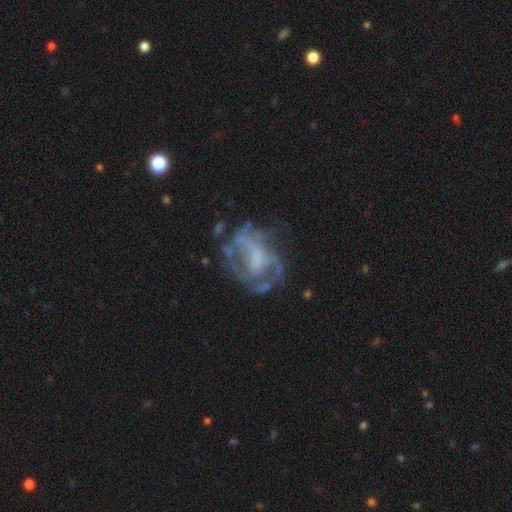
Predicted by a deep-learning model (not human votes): This appears to be a featured or disk galaxy (69%) with no bar (59%), no spiral arms (57%) and no central bulge (50%). Merging: none (44%).